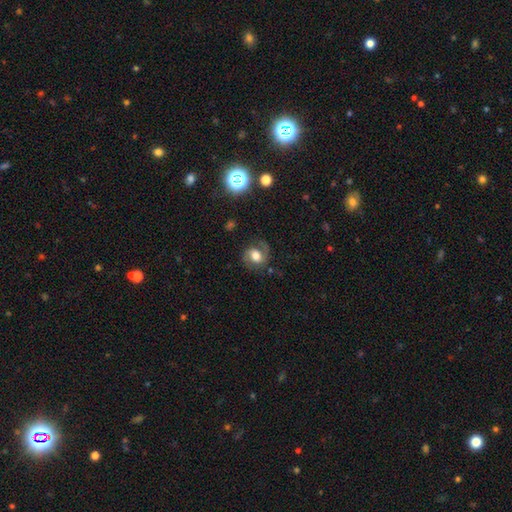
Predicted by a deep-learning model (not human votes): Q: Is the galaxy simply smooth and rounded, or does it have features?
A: featured or disk — 56%.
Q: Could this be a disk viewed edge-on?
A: no — 97%.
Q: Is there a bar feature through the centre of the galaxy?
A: no — 52%.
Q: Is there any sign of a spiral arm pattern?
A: yes — 87%.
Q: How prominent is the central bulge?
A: moderate — 49%.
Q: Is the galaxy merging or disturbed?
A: none — 69%.